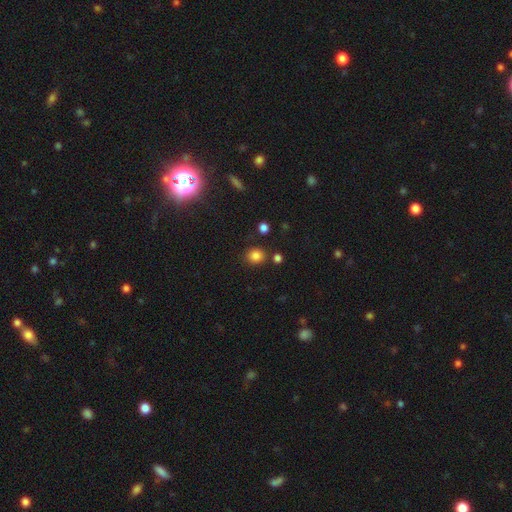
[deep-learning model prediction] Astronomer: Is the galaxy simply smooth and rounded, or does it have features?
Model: smooth — 84%.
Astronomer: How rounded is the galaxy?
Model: round — 80%.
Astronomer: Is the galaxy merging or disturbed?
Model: none — 82%.